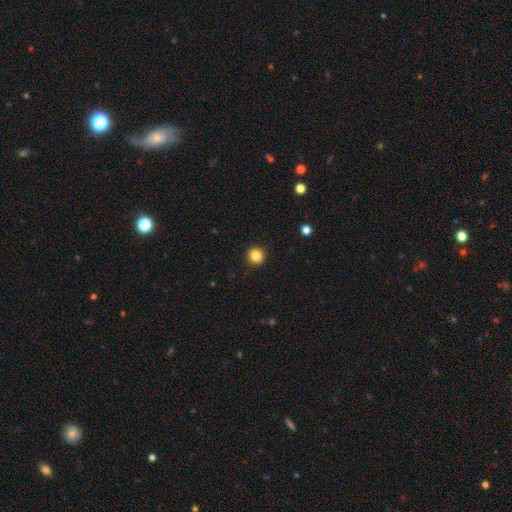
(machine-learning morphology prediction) type=smooth (85%); roundness=round (93%); merging=none (91%).